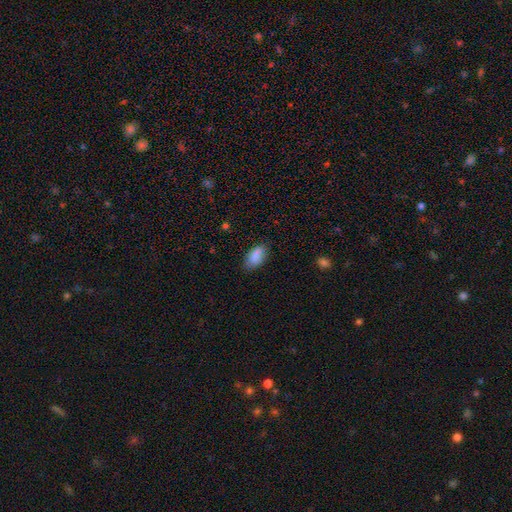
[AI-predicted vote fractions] Smooth or featured?
  - smooth: 86% *
  - star or artifact: 8%
  - featured or disk: 6%
How rounded?
  - in between: 92% *
  - round: 4%
  - cigar-shaped: 4%
Merging?
  - none: 71% *
  - minor disturbance: 23%
  - major disturbance: 4%
  - merger: 1%